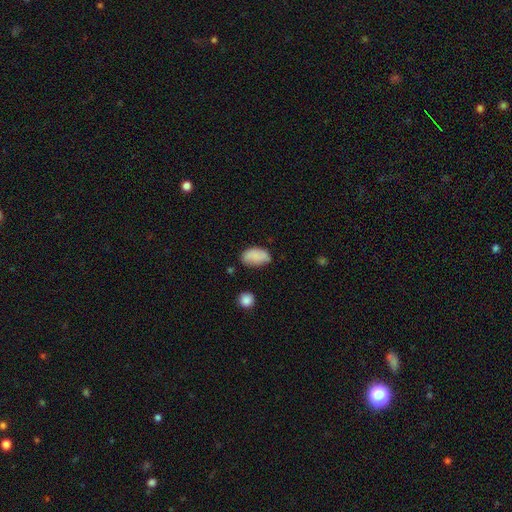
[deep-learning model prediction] Overall: smooth (81%). How rounded: in between (92%). Merging: none (60%; minor disturbance 29%).